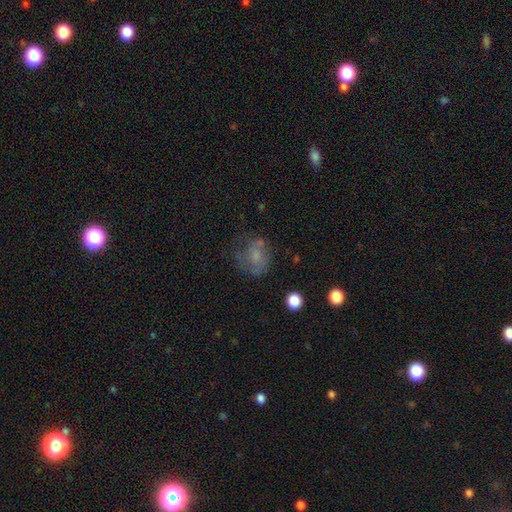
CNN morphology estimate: The model was most divided on "how rounded": round: 56%, in between: 42%, cigar-shaped: 1%. Remaining: smooth or featured — smooth (52%); merging — none (46%).